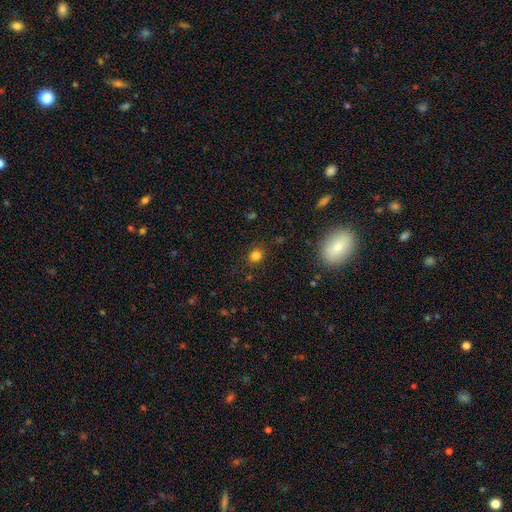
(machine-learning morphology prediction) smooth 80%, star or artifact 15%, featured or disk 5%. Down the decision tree: how rounded — round (67%); merging — none (84%).